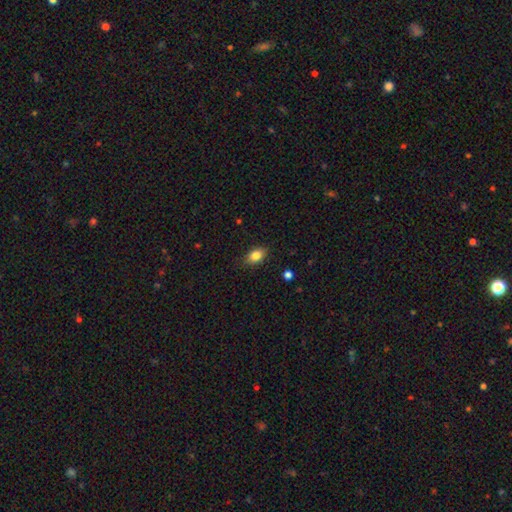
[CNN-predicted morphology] The model was most divided on "how rounded": in between: 84%, round: 14%, cigar-shaped: 2%. More confident: merging — none (85%); smooth or featured — smooth (84%).